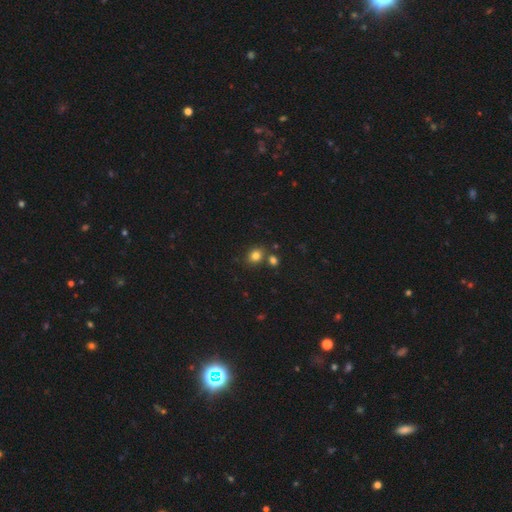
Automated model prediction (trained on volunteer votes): A smooth galaxy with no disk features (81%) that is round (61%). Merging: none (71%).